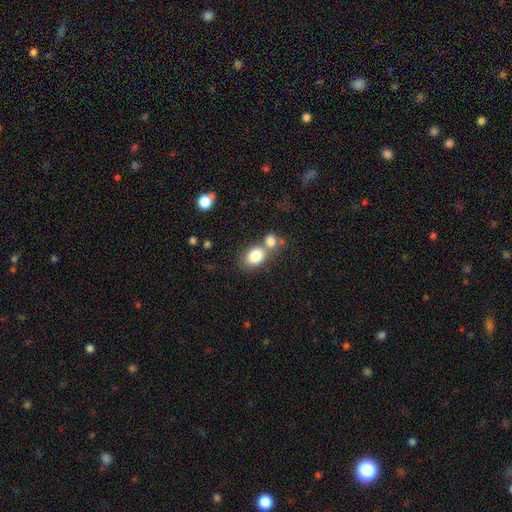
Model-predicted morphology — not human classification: type=smooth (82%); roundness=in between (70%); merging=none (45%).